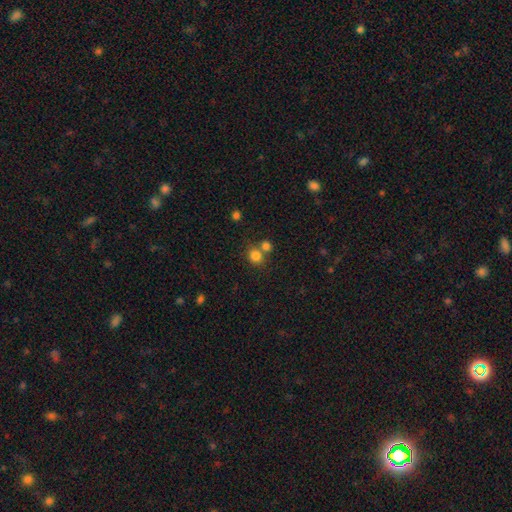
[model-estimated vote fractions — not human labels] Smooth or featured? Predicted: smooth (p=0.80). How rounded? Predicted: round (p=0.80). Merging? Predicted: none (p=0.55).